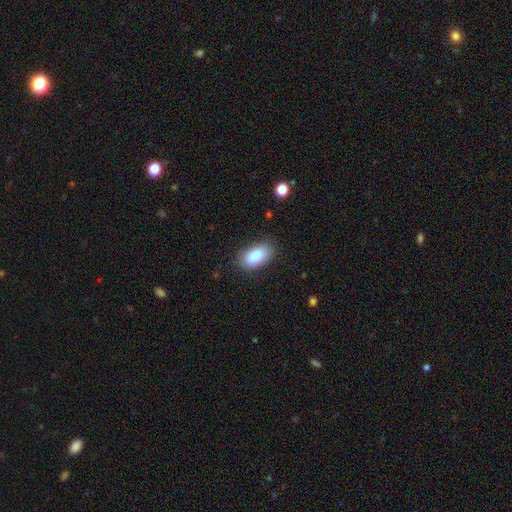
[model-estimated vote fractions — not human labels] A smooth galaxy with no disk features (84%) that is in between round and cigar-shaped (93%). Merging: none (82%).